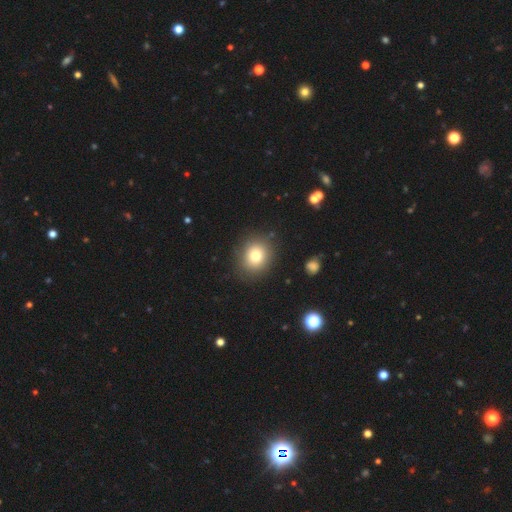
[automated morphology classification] Overall: smooth (78%). How rounded: round (75%). Merging: none (85%).